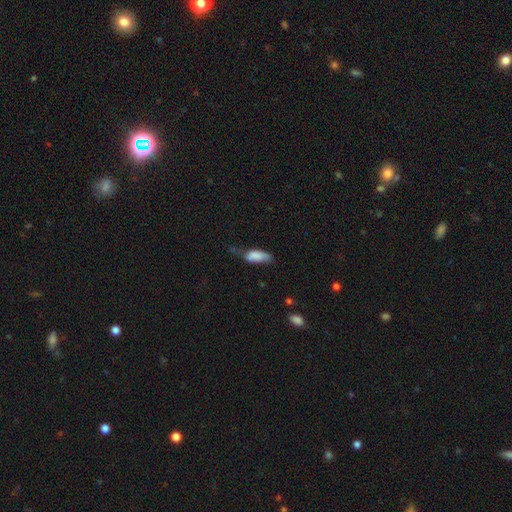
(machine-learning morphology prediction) Smooth or featured? Predicted: smooth (p=0.80). How rounded? Predicted: in between (p=0.79). Merging? Predicted: minor disturbance (p=0.40).